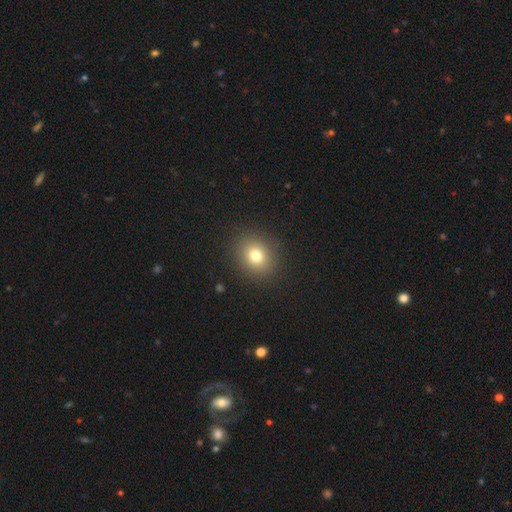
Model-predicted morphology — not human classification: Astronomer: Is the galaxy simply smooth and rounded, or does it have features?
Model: smooth — 77%.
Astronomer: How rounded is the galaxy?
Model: round — 70%.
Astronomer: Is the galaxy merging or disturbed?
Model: none — 90%.